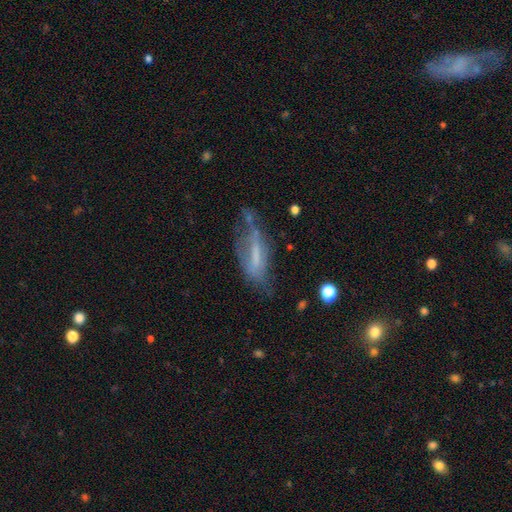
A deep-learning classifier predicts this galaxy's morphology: A featured or disk galaxy (50%).

Vote fractions:
- Smooth or featured? featured or disk: 50% / smooth: 38% / star or artifact: 11%
- Edge-on disk? no: 69% / yes: 31%
- Merging? none: 42% / minor disturbance: 31% / major disturbance: 22% / merger: 6%